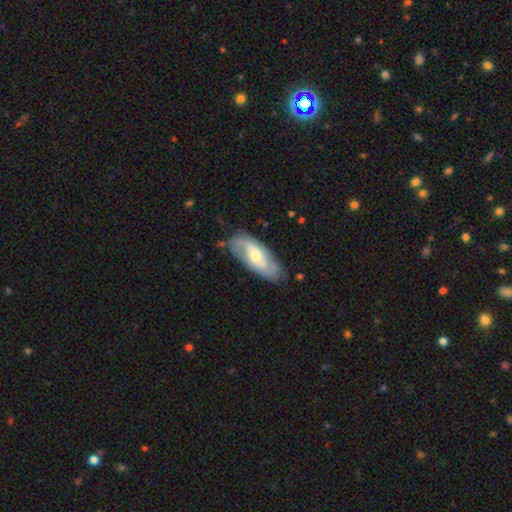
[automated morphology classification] Overall: featured or disk (63%; smooth 31%). Edge-on disk: no (88%). Bar: no (49%; weak 39%). Spiral arms: yes (85%). Bulge size: moderate (52%; small 42%). Merging: none (76%).